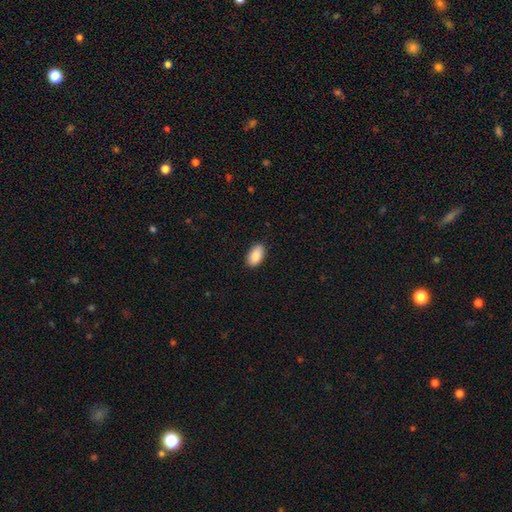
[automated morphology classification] Smooth or featured? smooth (90%)
How rounded? in between (95%)
Merging? none (87%)